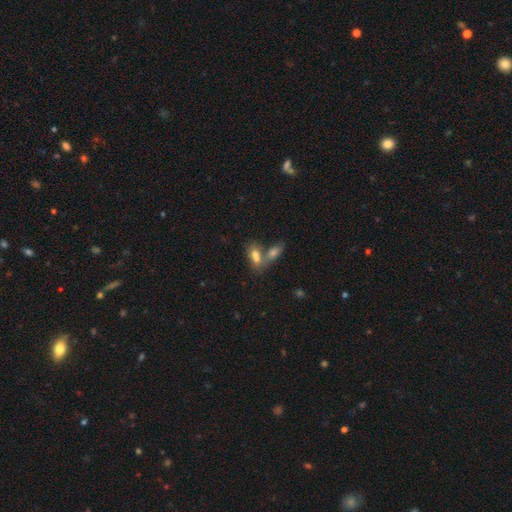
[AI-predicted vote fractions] Morphology: type=smooth (73%); roundness=in between (81%); merging=merger (63%).